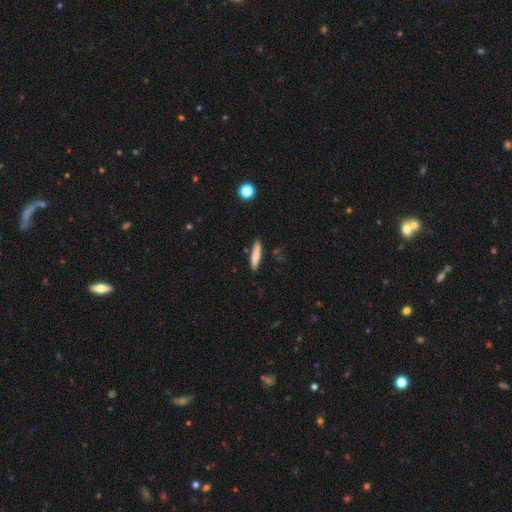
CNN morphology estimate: Smooth or featured? Predicted: smooth (p=0.77). How rounded? Predicted: cigar-shaped (p=0.89). Merging? Predicted: none (p=0.83).